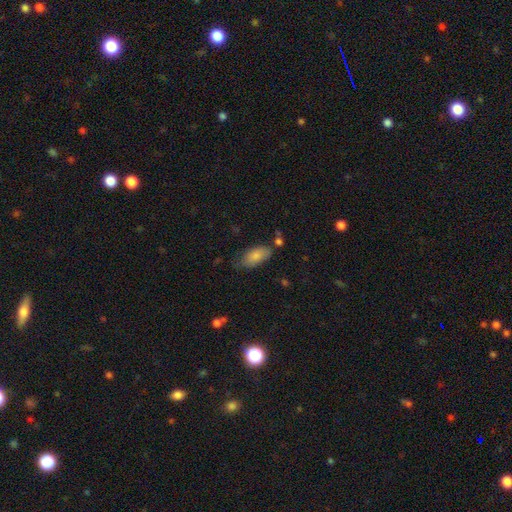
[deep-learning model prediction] Smooth or featured?
  - smooth: 82% *
  - featured or disk: 11%
  - star or artifact: 7%
How rounded?
  - in between: 91% *
  - cigar-shaped: 6%
  - round: 3%
Merging?
  - none: 61% *
  - minor disturbance: 27%
  - major disturbance: 7%
  - merger: 6%